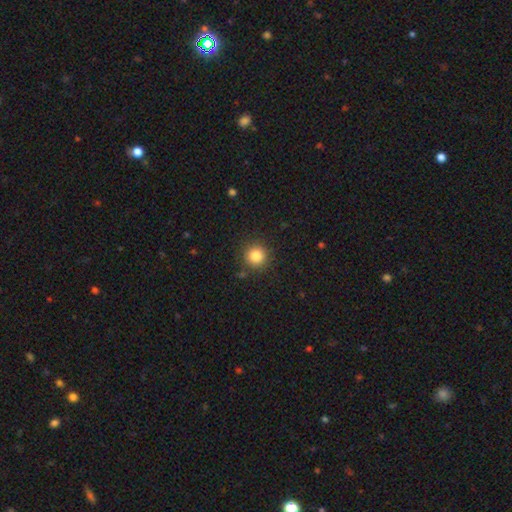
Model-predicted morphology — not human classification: This is clearly a smooth galaxy (83%). How rounded: clearly round (93%). Merging: clearly none (88%).